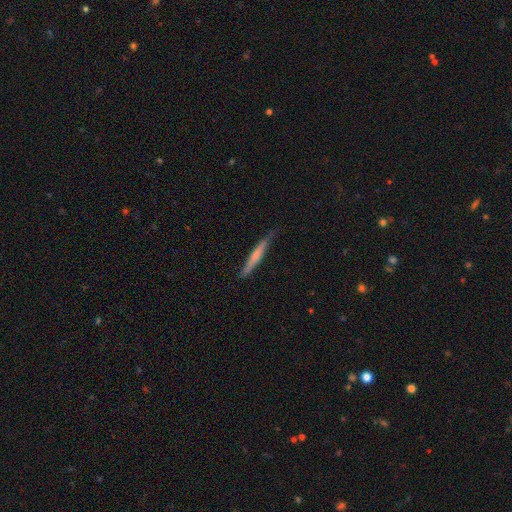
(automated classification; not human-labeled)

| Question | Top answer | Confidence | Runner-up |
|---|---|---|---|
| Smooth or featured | smooth | 51% | featured or disk (44%) |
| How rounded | cigar-shaped | 96% | in between (3%) |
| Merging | none | 78% | minor disturbance (18%) |